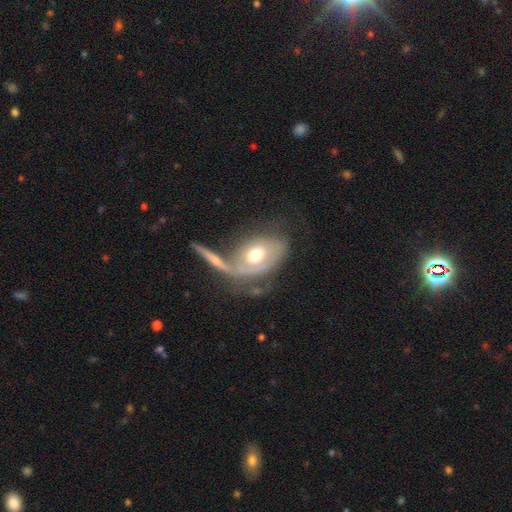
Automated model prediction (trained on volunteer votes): Overall: featured or disk (55%; smooth 39%). Edge-on disk: no (85%). Merging: none (34%; merger 30%).